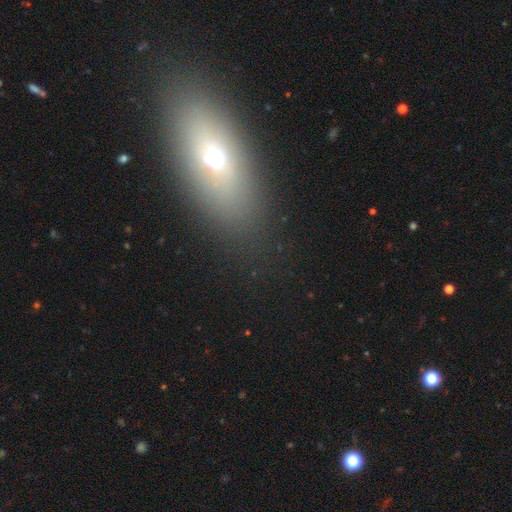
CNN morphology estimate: Q: Smooth or featured?
A: smooth (58%); runner-up: featured or disk (25%)
Q: How rounded?
A: in between (70%); runner-up: cigar-shaped (19%)
Q: Merging?
A: none (87%); runner-up: minor disturbance (8%)